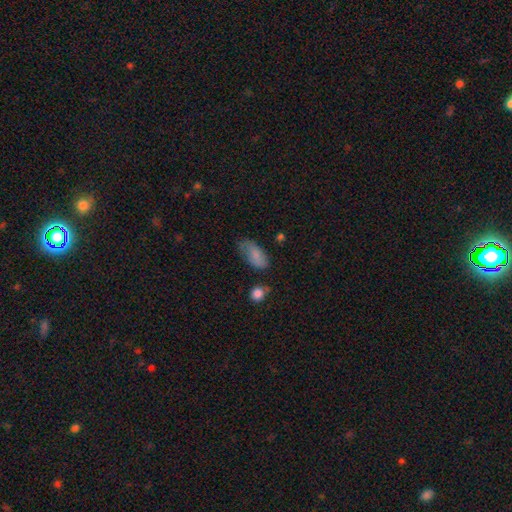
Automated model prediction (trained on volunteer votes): smooth_or_featured: smooth (p=0.81) [alt: featured or disk p=0.11]
how_rounded: in between (p=0.91) [alt: cigar-shaped p=0.06]
merging: none (p=0.53) [alt: minor disturbance p=0.31]